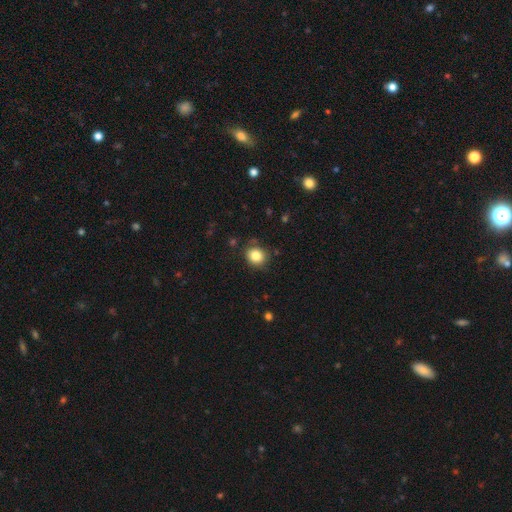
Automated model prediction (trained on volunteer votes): smooth_or_featured: smooth (p=0.83) [alt: star or artifact p=0.10]
how_rounded: round (p=0.78) [alt: in between p=0.21]
merging: none (p=0.84) [alt: minor disturbance p=0.11]